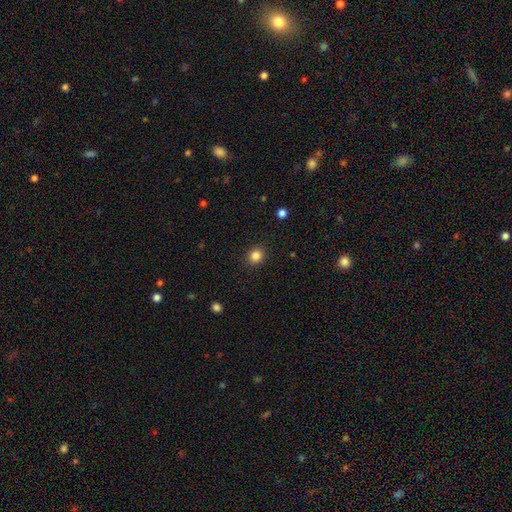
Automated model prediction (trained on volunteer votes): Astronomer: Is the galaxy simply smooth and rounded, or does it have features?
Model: smooth — 85%.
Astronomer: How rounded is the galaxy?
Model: round — 83%.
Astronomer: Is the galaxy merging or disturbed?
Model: none — 91%.